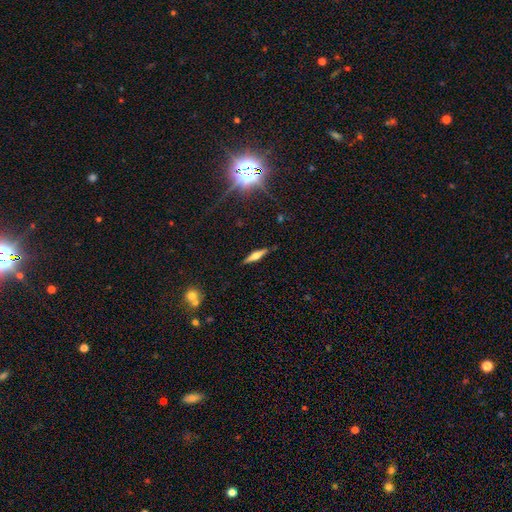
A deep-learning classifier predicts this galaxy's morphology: Q: Smooth or featured?
A: featured or disk (52%); runner-up: smooth (38%)
Q: Edge-on disk?
A: yes (95%); runner-up: no (5%)
Q: Merging?
A: none (87%); runner-up: minor disturbance (9%)